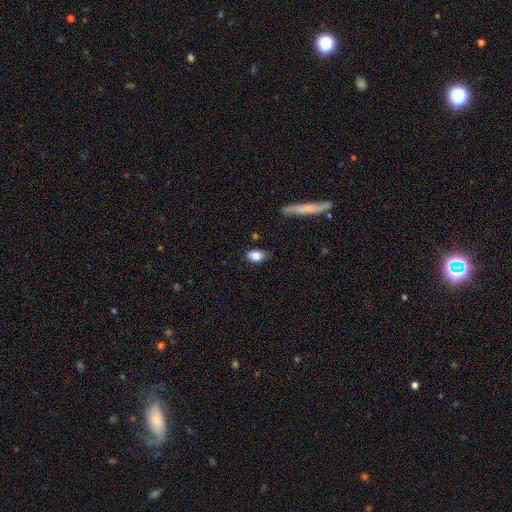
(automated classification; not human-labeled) smooth-or-featured: smooth: 84% | star or artifact: 8% | featured or disk: 8%
  how-rounded: in between: 82% | round: 15% | cigar-shaped: 3%
  merging: none: 78% | minor disturbance: 17% | major disturbance: 3% | merger: 2%